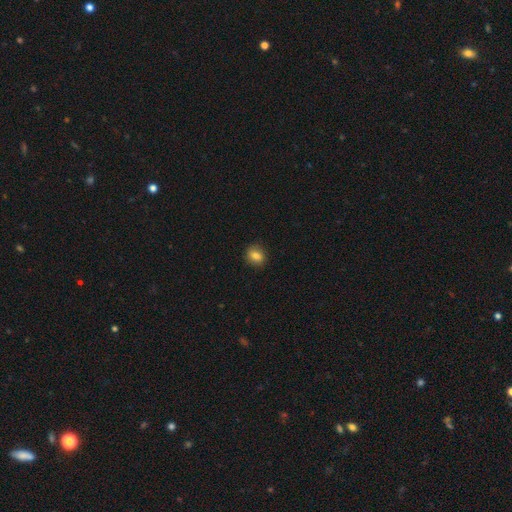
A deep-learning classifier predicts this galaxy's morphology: Smooth or featured? Predicted: smooth (p=0.82). How rounded? Predicted: round (p=0.63). Merging? Predicted: none (p=0.87).